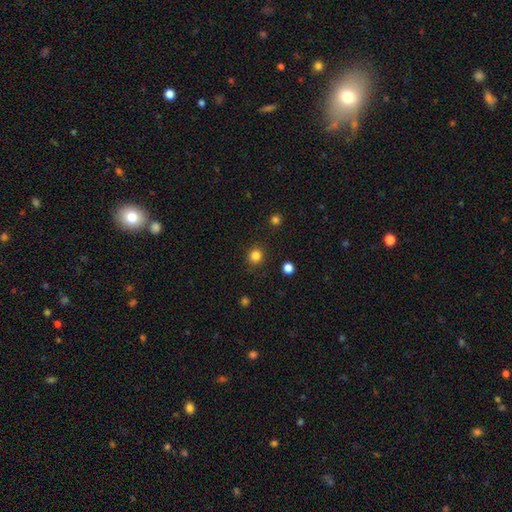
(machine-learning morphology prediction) smooth-or-featured: smooth: 83% | star or artifact: 13% | featured or disk: 4%
  how-rounded: round: 88% | in between: 11% | cigar-shaped: 1%
  merging: none: 88% | minor disturbance: 8% | major disturbance: 3% | merger: 2%